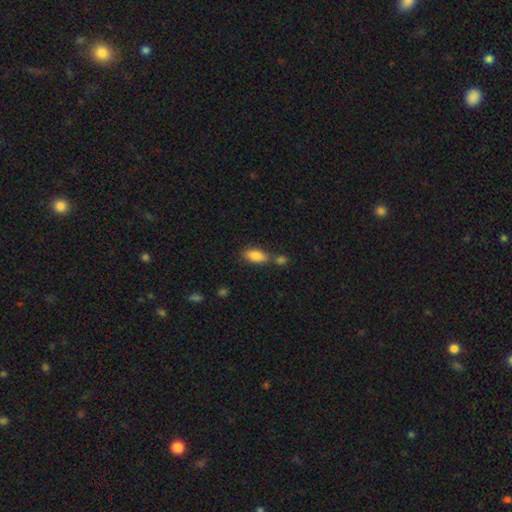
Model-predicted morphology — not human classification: Smooth or featured: smooth — 85% (star or artifact — 8%)
How rounded: in between — 85% (cigar-shaped — 11%)
Merging: none — 56% (merger — 24%)